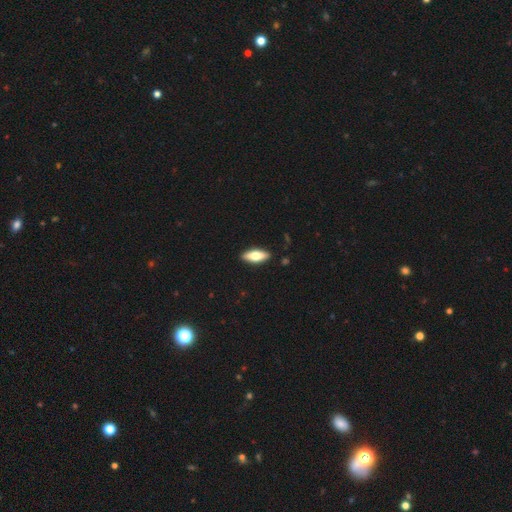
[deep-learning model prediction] Overall: smooth (61%; featured or disk 34%). How rounded: in between (67%; cigar-shaped 31%). Merging: none (89%).